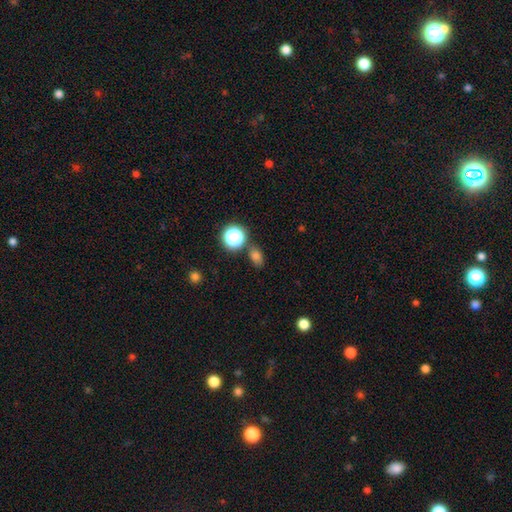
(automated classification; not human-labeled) Smooth or featured: smooth — 67% (star or artifact — 26%)
How rounded: in between — 59% (round — 39%)
Merging: none — 76% (minor disturbance — 13%)